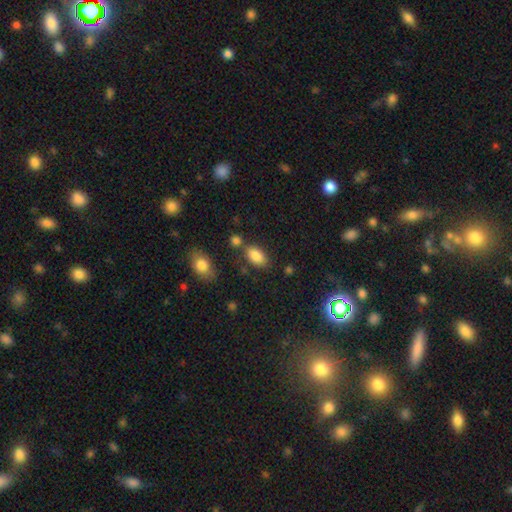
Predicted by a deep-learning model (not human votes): A smooth galaxy with no disk features (84%) that is in between round and cigar-shaped (92%). Merging: none (71%).